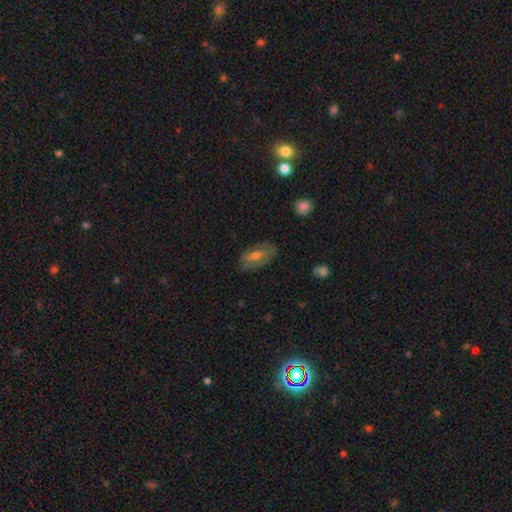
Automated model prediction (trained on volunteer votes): Smooth or featured: smooth — 46% (featured or disk — 44%)
Merging: none — 77% (minor disturbance — 17%)